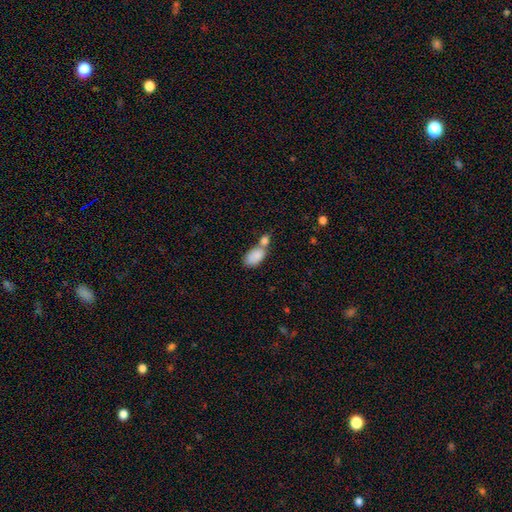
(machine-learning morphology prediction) The model was most divided on "merging": merger: 54%, none: 29%, minor disturbance: 12%, major disturbance: 5%. More confident: how rounded — in between (92%); smooth or featured — smooth (84%).